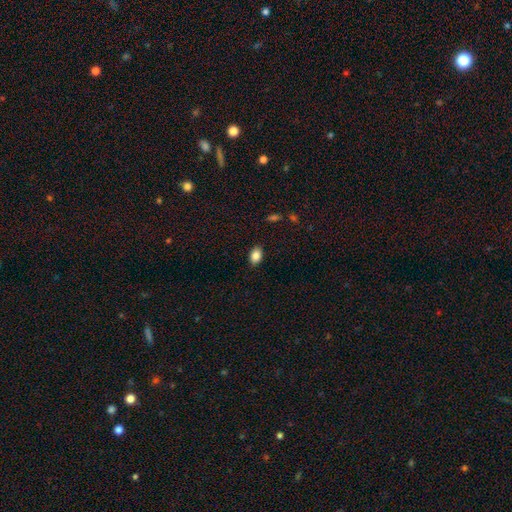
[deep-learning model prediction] The model was most divided on "how rounded": in between: 84%, round: 14%, cigar-shaped: 1%. More confident: merging — none (88%); smooth or featured — smooth (86%).